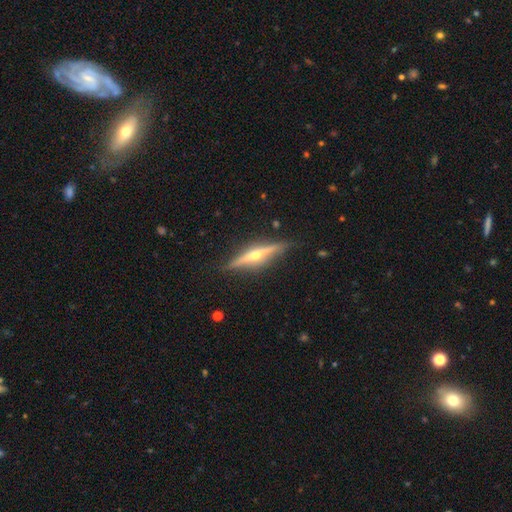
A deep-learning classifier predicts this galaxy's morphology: Smooth or featured? featured or disk (80%)
Edge-on disk? yes (97%)
Edge-on bulge? rounded (93%)
Merging? none (88%)